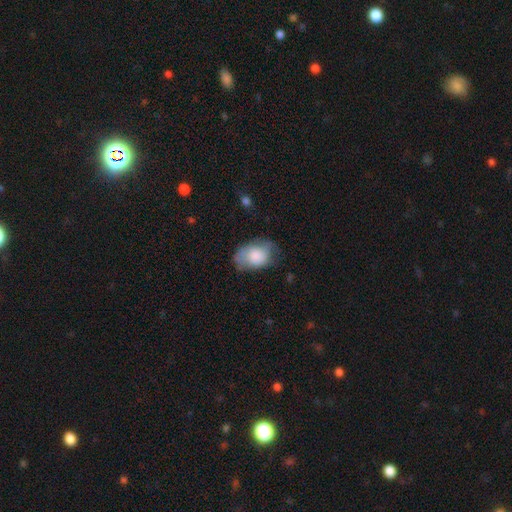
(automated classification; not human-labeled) This appears to be a smooth galaxy with no disk features (77%) that is in between round and cigar-shaped (85%). Merging: none (49%).